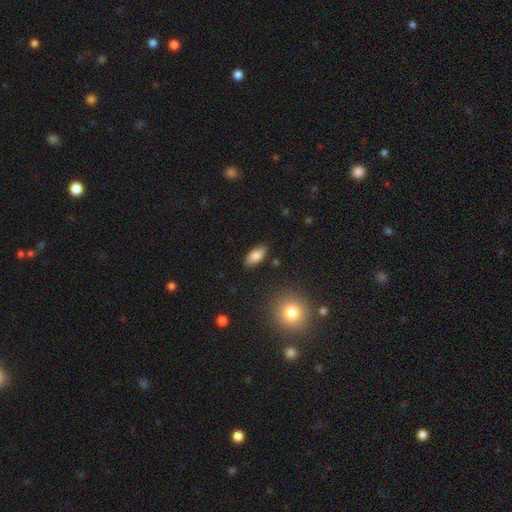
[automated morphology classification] smooth 83%, featured or disk 10%, star or artifact 7%. Down the decision tree: how rounded — in between (87%); merging — none (86%).